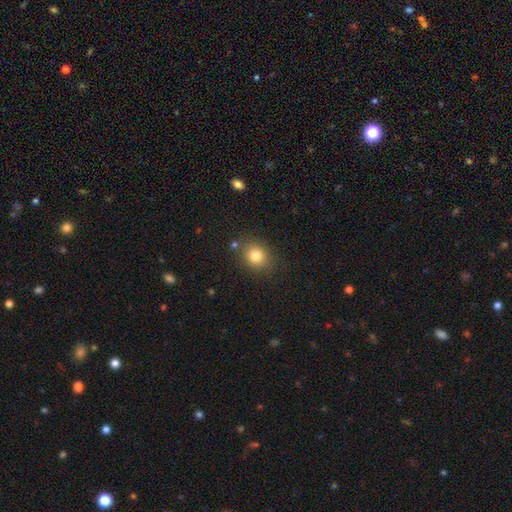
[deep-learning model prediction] smooth-or-featured: smooth: 80% | star or artifact: 12% | featured or disk: 8%
  how-rounded: round: 66% | in between: 33% | cigar-shaped: 1%
  merging: none: 81% | minor disturbance: 11% | merger: 4% | major disturbance: 3%